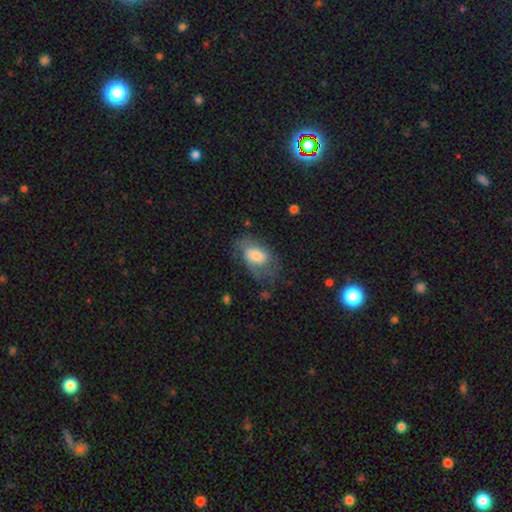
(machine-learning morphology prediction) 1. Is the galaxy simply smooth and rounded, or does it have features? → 56% smooth, 36% featured or disk, 7% star or artifact.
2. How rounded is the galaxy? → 88% in between, 10% round, 2% cigar-shaped.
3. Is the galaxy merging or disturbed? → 44% none, 27% minor disturbance, 26% major disturbance, 2% merger.